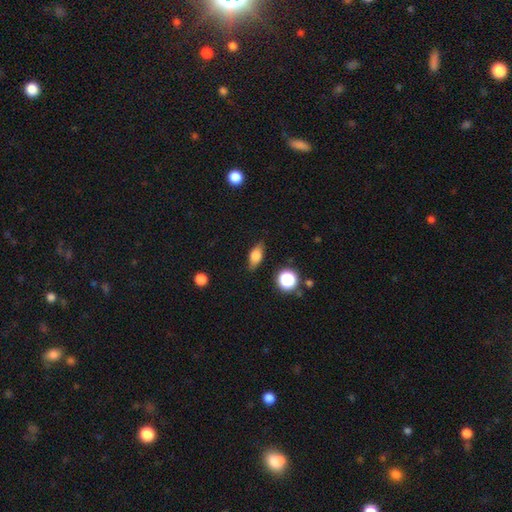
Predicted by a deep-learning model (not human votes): The model was most divided on "smooth or featured": smooth: 71%, featured or disk: 19%, star or artifact: 10%. More confident: merging — none (81%); how rounded — in between (76%).